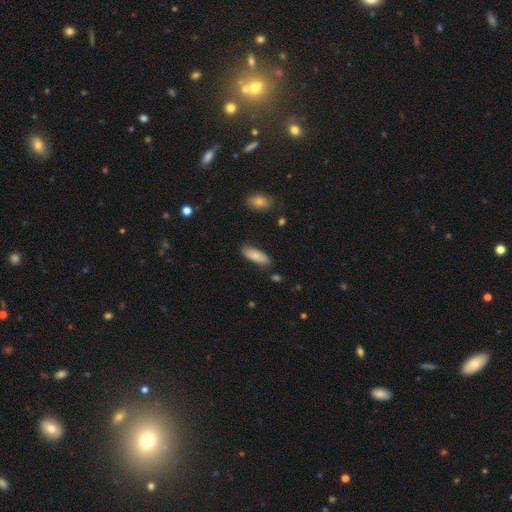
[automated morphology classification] Q: Smooth or featured?
A: smooth (83%); runner-up: featured or disk (11%)
Q: How rounded?
A: in between (69%); runner-up: cigar-shaped (29%)
Q: Merging?
A: none (83%); runner-up: minor disturbance (12%)